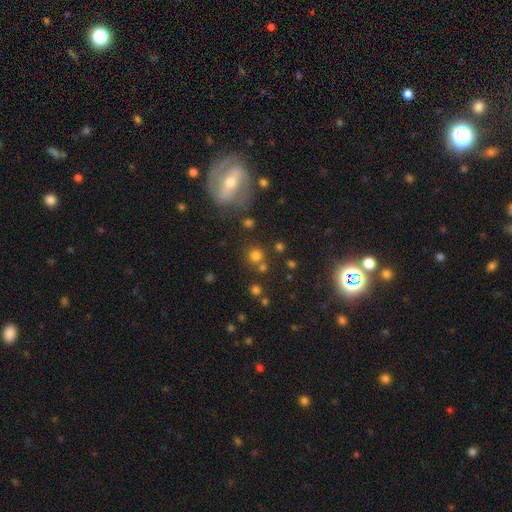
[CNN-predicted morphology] type=smooth (73%); roundness=round (92%); merging=none (74%).